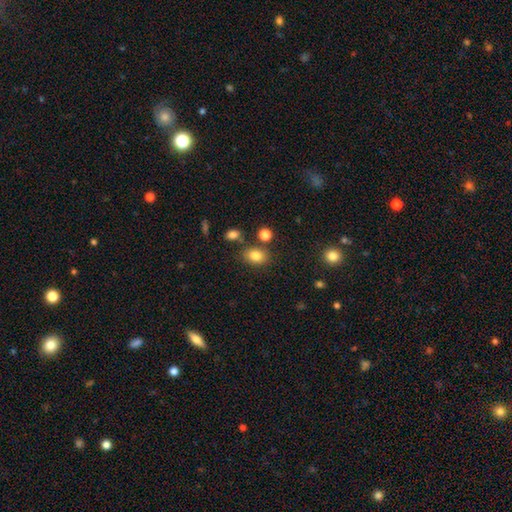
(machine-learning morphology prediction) type=smooth (82%); roundness=in between (66%); merging=none (75%).